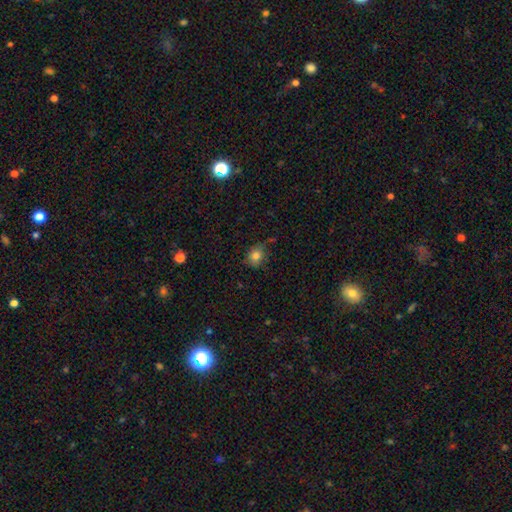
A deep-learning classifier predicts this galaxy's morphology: This is clearly a smooth galaxy (81%). How rounded: likely round (65%). Merging: likely none (64%).